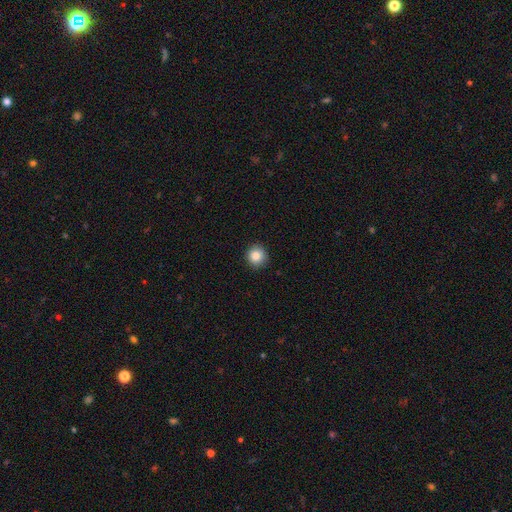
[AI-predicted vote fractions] Q: Smooth or featured?
A: smooth (86%); runner-up: star or artifact (10%)
Q: How rounded?
A: round (93%); runner-up: in between (6%)
Q: Merging?
A: none (91%); runner-up: minor disturbance (6%)